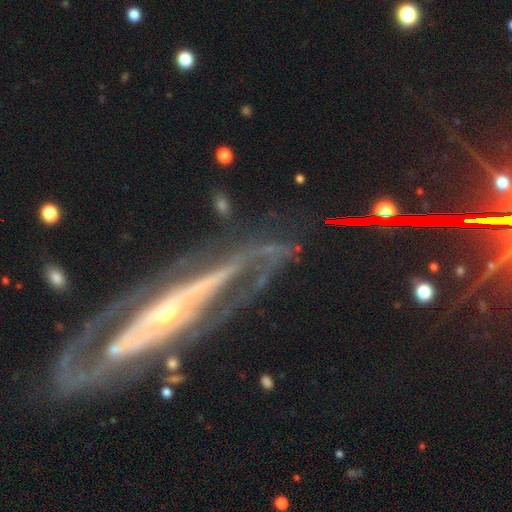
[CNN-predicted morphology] A featured or disk galaxy (86%) with no bar (44%), 2 (64%) tight (42%) spiral arms (90%) and a small central bulge (74%).

Vote fractions:
- Smooth or featured? featured or disk: 86% / star or artifact: 8% / smooth: 6%
- Edge-on disk? no: 75% / yes: 25%
- Bar? no: 44% / strong: 34% / weak: 22%
- Spiral arms? yes: 90% / no: 10%
- Spiral winding? tight: 42% / medium: 40% / loose: 18%
- Spiral arm count? 2: 64% / can't tell: 18% / 3: 7% / 1: 4% / 4: 4% / more than 4: 4%
- Bulge size? small: 74% / moderate: 21% / large: 2% / none: 2% / dominant: 1%
- Merging? none: 69% / minor disturbance: 15% / major disturbance: 12% / merger: 3%